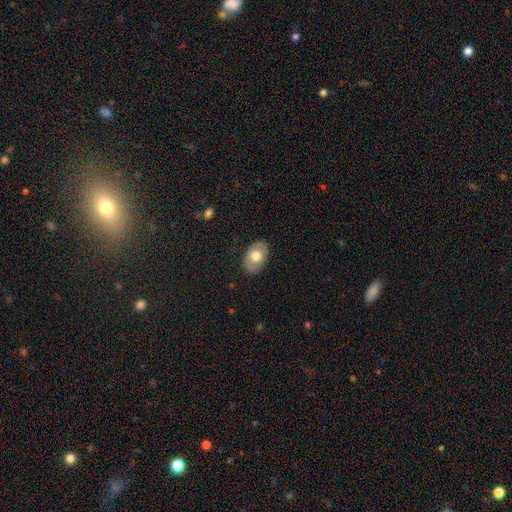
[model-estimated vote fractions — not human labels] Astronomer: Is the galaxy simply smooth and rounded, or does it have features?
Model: smooth — 64%.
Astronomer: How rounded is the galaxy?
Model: in between — 86%.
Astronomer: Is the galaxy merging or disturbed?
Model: none — 84%.